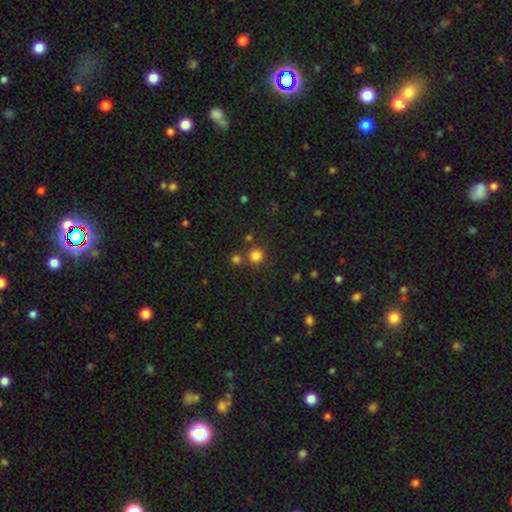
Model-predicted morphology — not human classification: Overall: smooth (80%). How rounded: round (93%). Merging: none (76%).